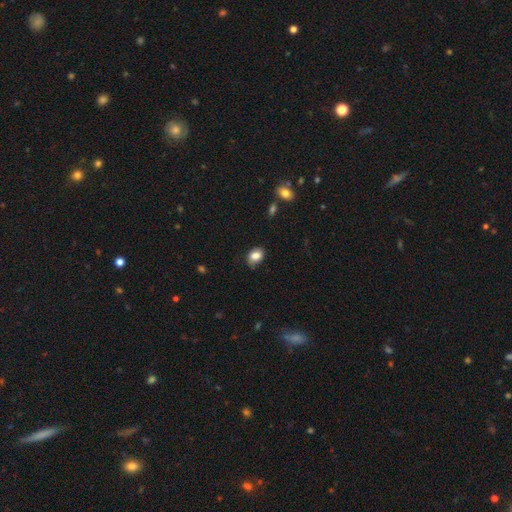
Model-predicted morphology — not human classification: Smooth or featured?
  - smooth: 83% *
  - featured or disk: 9%
  - star or artifact: 8%
How rounded?
  - in between: 73% *
  - round: 26%
  - cigar-shaped: 1%
Merging?
  - none: 72% *
  - minor disturbance: 22%
  - major disturbance: 5%
  - merger: 1%